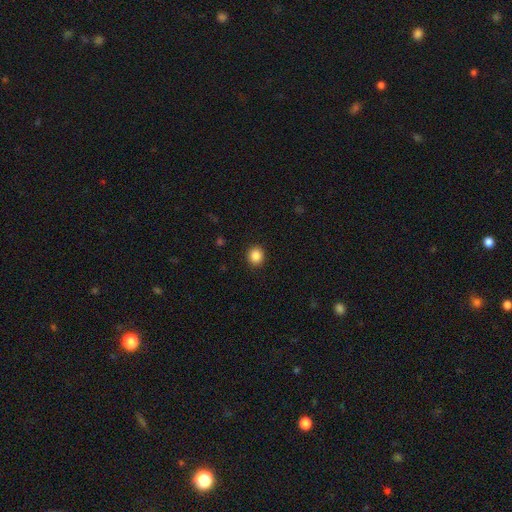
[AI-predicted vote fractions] Smooth or featured? Predicted: smooth (p=0.87). How rounded? Predicted: round (p=0.86). Merging? Predicted: none (p=0.92).